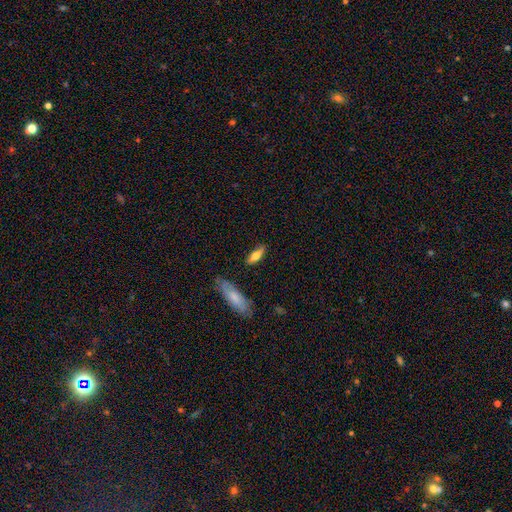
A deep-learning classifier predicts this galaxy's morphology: smooth-or-featured: smooth: 65% | featured or disk: 29% | star or artifact: 7%
  how-rounded: in between: 53% | cigar-shaped: 44% | round: 3%
  merging: none: 79% | minor disturbance: 15% | major disturbance: 3% | merger: 3%